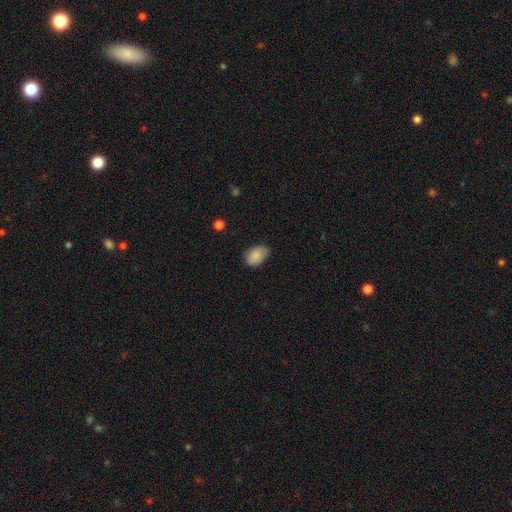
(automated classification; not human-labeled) smooth_or_featured: smooth (p=0.86) [alt: featured or disk p=0.07]
how_rounded: in between (p=0.89) [alt: round p=0.10]
merging: none (p=0.74) [alt: minor disturbance p=0.21]